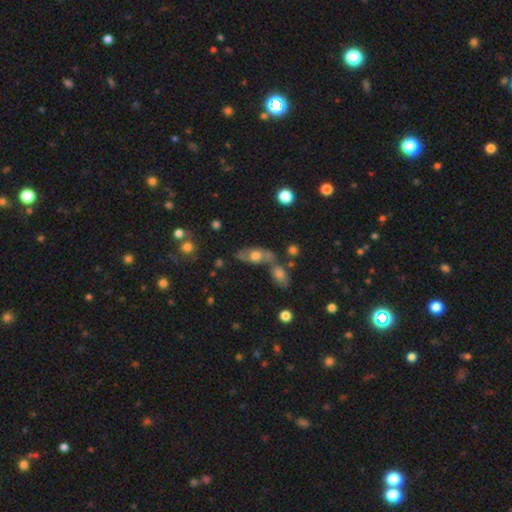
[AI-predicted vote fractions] A smooth galaxy with no disk features (51%) that is in between round and cigar-shaped (80%).

Vote fractions:
- Smooth or featured? smooth: 51% / featured or disk: 41% / star or artifact: 9%
- How rounded? in between: 80% / cigar-shaped: 12% / round: 8%
- Merging? none: 49% / merger: 28% / minor disturbance: 16% / major disturbance: 7%